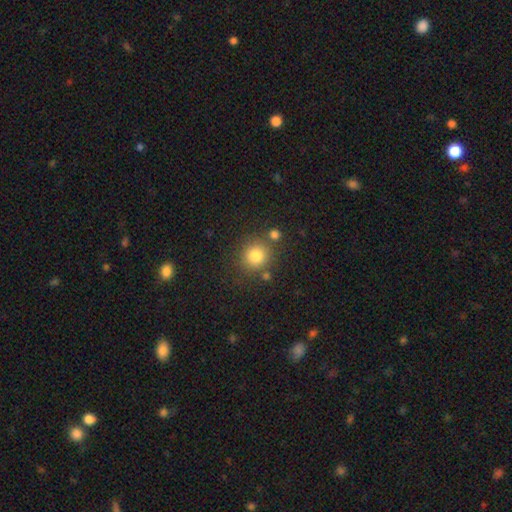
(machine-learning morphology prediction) Smooth or featured: smooth — 81% (star or artifact — 12%)
How rounded: round — 90% (in between — 9%)
Merging: none — 78% (minor disturbance — 9%)